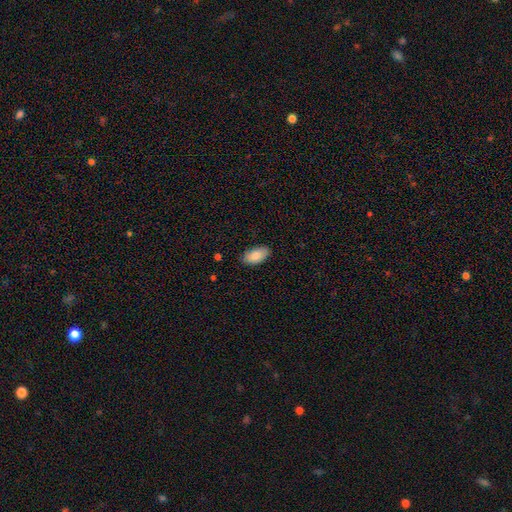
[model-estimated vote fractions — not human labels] smooth-or-featured: smooth: 87% | featured or disk: 6% | star or artifact: 6%
  how-rounded: in between: 94% | cigar-shaped: 3% | round: 2%
  merging: none: 84% | minor disturbance: 13% | major disturbance: 2% | merger: 1%